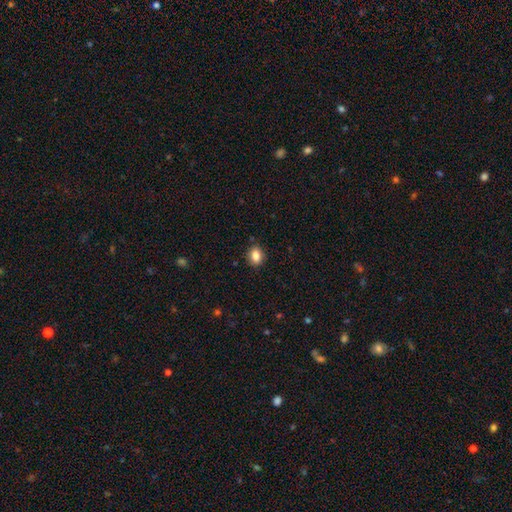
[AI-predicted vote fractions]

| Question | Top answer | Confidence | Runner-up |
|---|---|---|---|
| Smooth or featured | smooth | 85% | star or artifact (9%) |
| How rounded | in between | 57% | round (42%) |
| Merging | none | 88% | minor disturbance (9%) |